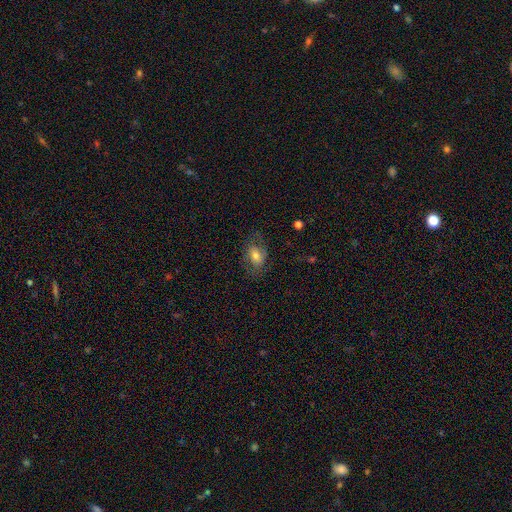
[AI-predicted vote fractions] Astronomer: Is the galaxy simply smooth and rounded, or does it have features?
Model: smooth — 62%.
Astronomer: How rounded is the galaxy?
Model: in between — 80%.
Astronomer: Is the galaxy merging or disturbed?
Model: none — 67%.